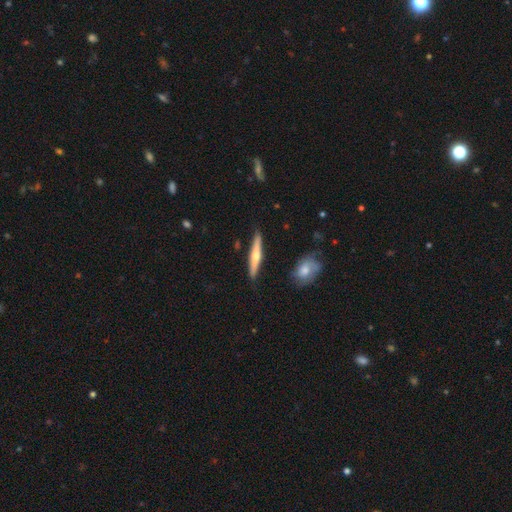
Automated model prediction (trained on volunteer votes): smooth-or-featured: featured or disk: 53% | smooth: 41% | star or artifact: 5%
  disk-edge-on: yes: 96% | no: 4%
    edge-on-bulge: rounded: 86% | none: 9% | boxy: 4%
  merging: none: 87% | minor disturbance: 8% | merger: 3% | major disturbance: 2%